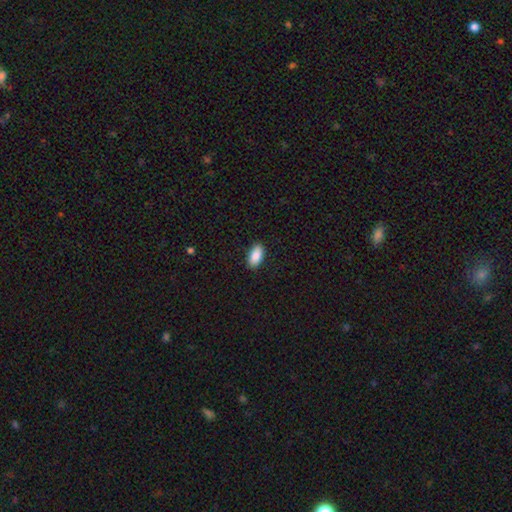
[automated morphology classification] Smooth or featured: smooth — 89% (star or artifact — 6%)
How rounded: in between — 93% (cigar-shaped — 5%)
Merging: none — 90% (minor disturbance — 8%)